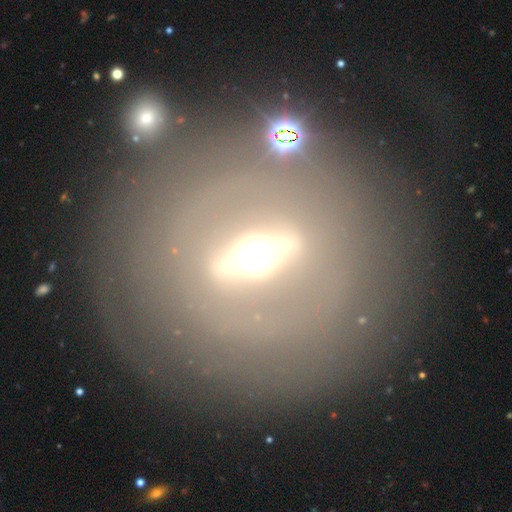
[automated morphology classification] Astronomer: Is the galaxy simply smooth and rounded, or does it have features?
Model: featured or disk — 72%.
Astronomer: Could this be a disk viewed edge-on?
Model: no — 61% (runner-up: yes, 39%).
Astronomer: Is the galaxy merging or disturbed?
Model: none — 79%.